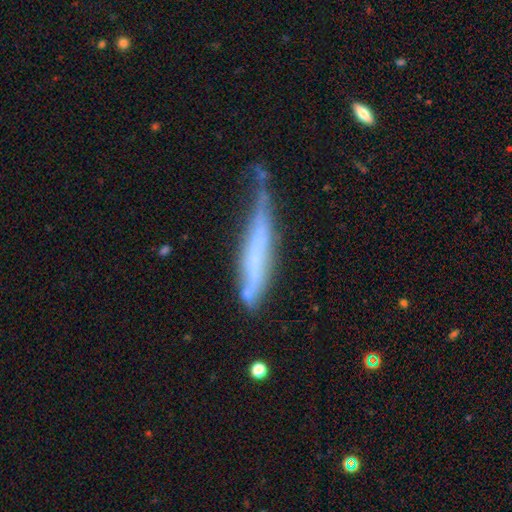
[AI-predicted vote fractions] Q: Smooth or featured?
A: featured or disk (49%); runner-up: smooth (44%)
Q: Merging?
A: none (38%); runner-up: minor disturbance (37%)